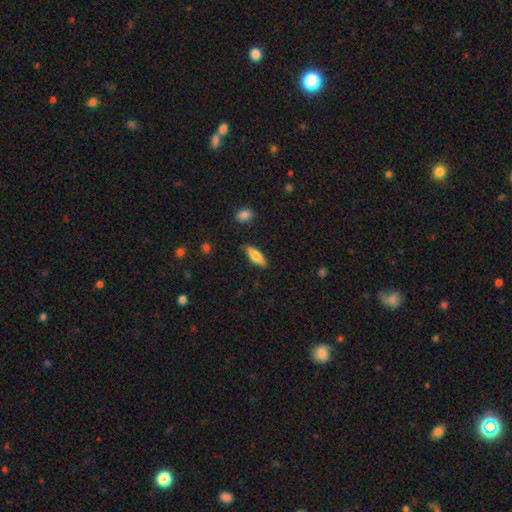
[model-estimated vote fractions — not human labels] The model was most divided on "how rounded": in between: 57%, cigar-shaped: 41%, round: 2%. More confident: merging — none (84%); smooth or featured — smooth (73%).